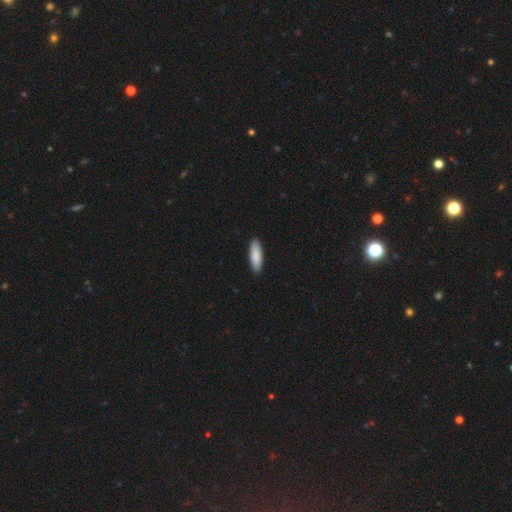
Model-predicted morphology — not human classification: Smooth or featured? smooth (88%)
How rounded? in between (52%)
Merging? none (90%)